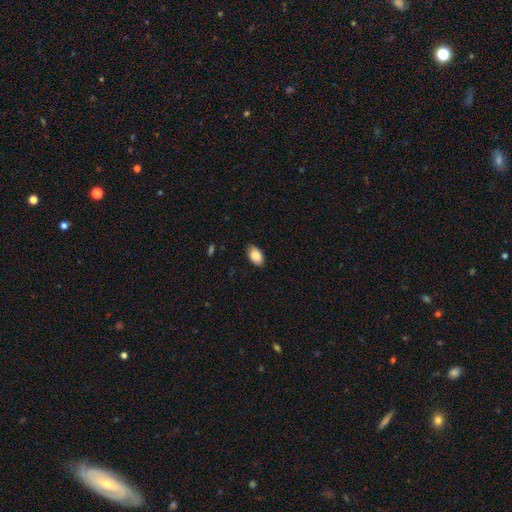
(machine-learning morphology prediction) smooth 89%, star or artifact 7%, featured or disk 5%. Down the decision tree: how rounded — in between (93%); merging — none (85%).